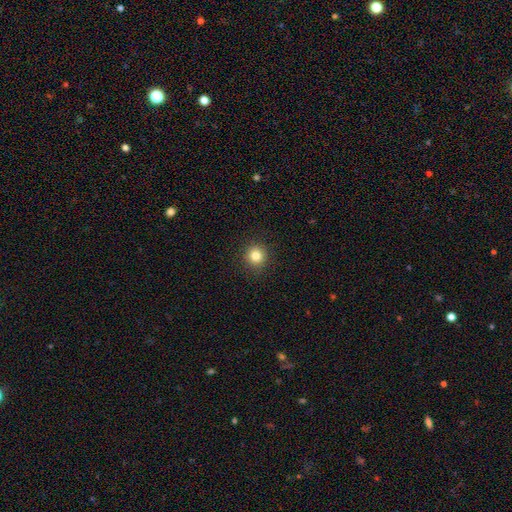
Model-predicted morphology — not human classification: A smooth galaxy with no disk features (82%) that is round (94%).

Vote fractions:
- Smooth or featured? smooth: 82% / star or artifact: 12% / featured or disk: 6%
- How rounded? round: 94% / in between: 5% / cigar-shaped: 1%
- Merging? none: 91% / minor disturbance: 6% / major disturbance: 2% / merger: 1%